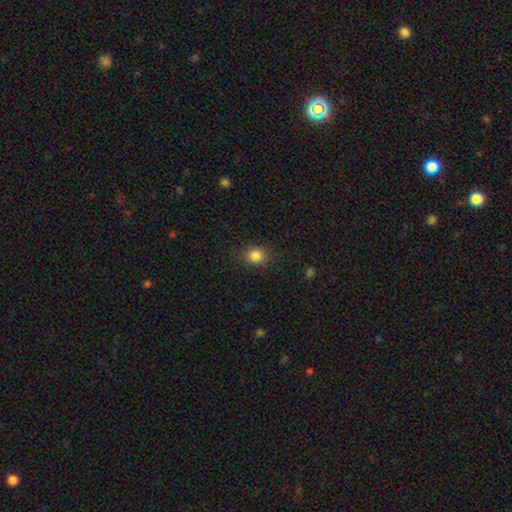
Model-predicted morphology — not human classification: Q: Smooth or featured?
A: smooth (85%); runner-up: star or artifact (10%)
Q: How rounded?
A: round (62%); runner-up: in between (37%)
Q: Merging?
A: none (87%); runner-up: minor disturbance (9%)